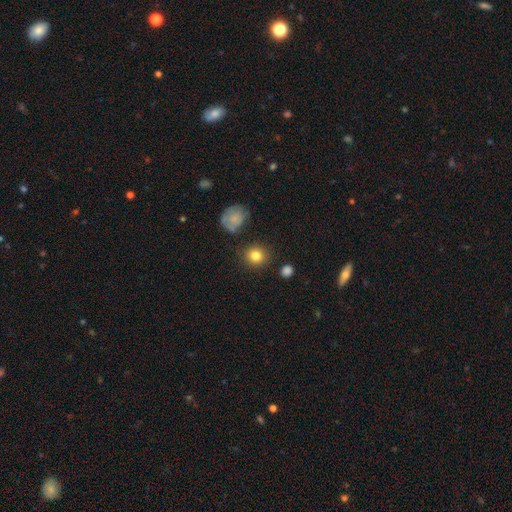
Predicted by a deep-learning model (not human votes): Morphology: type=smooth (83%); roundness=round (89%); merging=none (86%).